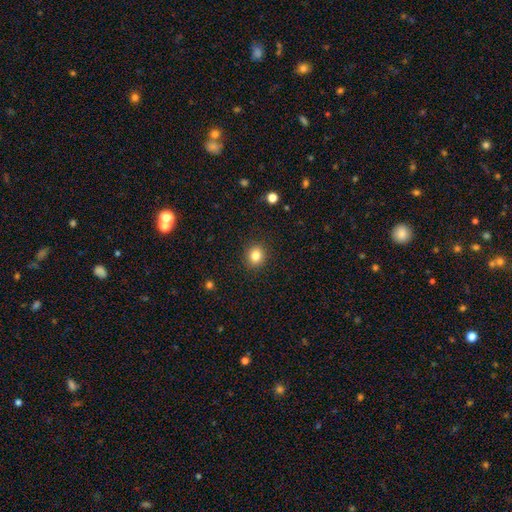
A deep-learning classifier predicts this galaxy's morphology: Overall: smooth (83%). How rounded: round (81%). Merging: none (91%).